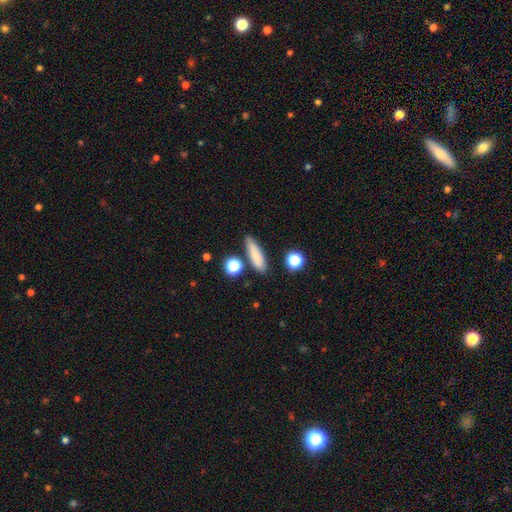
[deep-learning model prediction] This is likely a smooth galaxy (79%). How rounded: likely cigar-shaped (61%). Merging: clearly none (81%).